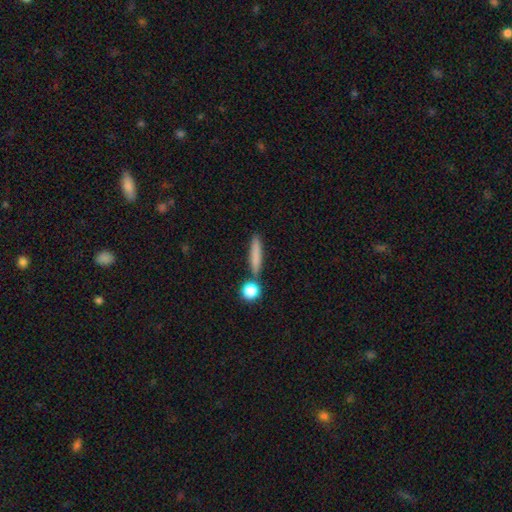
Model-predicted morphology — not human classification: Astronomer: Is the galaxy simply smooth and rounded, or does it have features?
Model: smooth — 80%.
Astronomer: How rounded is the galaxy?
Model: cigar-shaped — 83%.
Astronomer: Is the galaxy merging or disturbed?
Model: none — 79%.